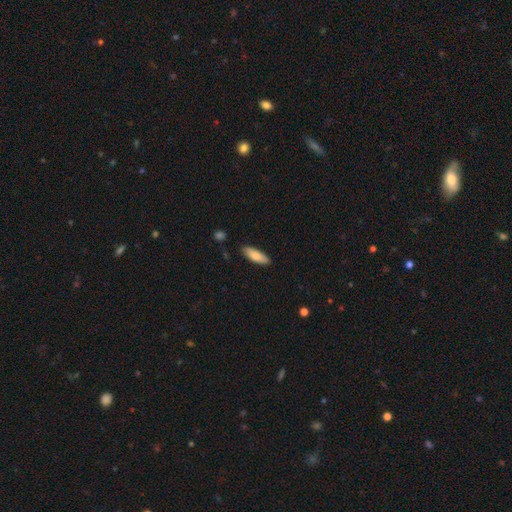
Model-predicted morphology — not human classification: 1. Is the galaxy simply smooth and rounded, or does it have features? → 82% smooth, 13% featured or disk, 6% star or artifact.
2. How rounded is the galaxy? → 55% in between, 43% cigar-shaped, 2% round.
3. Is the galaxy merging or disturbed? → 87% none, 9% minor disturbance, 2% major disturbance, 2% merger.